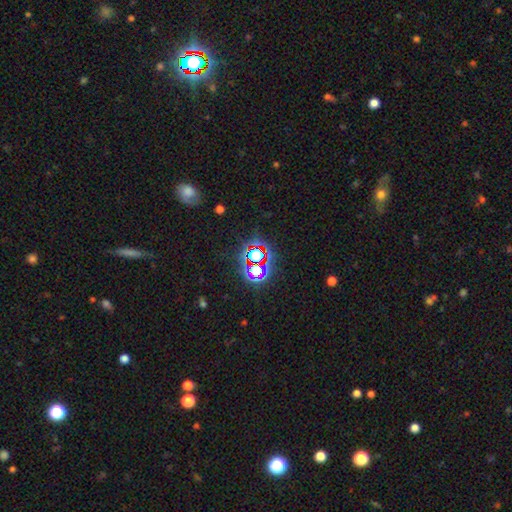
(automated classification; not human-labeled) Smooth or featured: star or artifact — 72% (smooth — 16%)